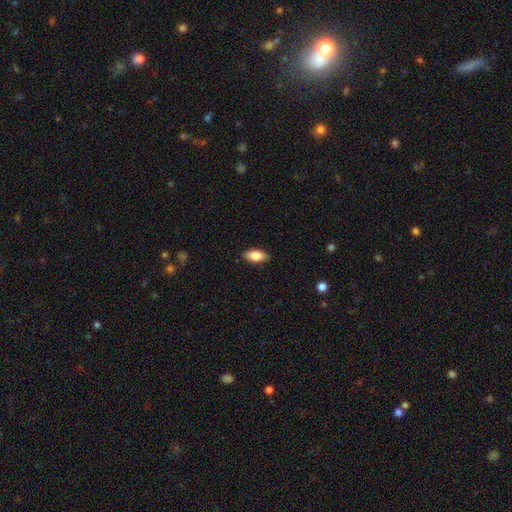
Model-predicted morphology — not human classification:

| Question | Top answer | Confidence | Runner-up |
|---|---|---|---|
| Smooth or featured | smooth | 78% | featured or disk (15%) |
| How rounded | in between | 87% | cigar-shaped (10%) |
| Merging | none | 89% | minor disturbance (8%) |